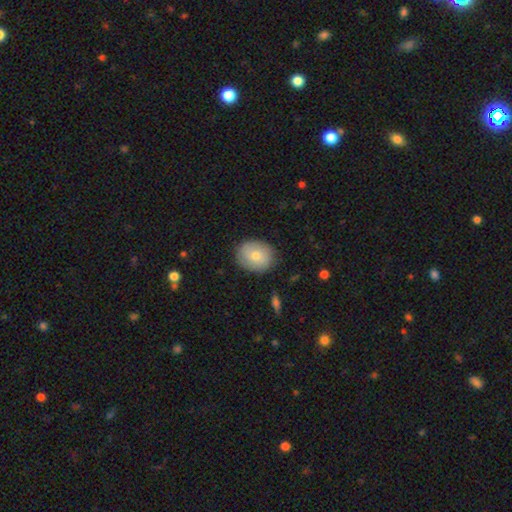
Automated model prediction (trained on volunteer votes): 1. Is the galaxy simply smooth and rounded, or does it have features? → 71% smooth, 21% featured or disk, 7% star or artifact.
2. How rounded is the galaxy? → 58% round, 41% in between, 1% cigar-shaped.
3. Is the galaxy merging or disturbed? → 86% none, 10% minor disturbance, 2% major disturbance, 1% merger.